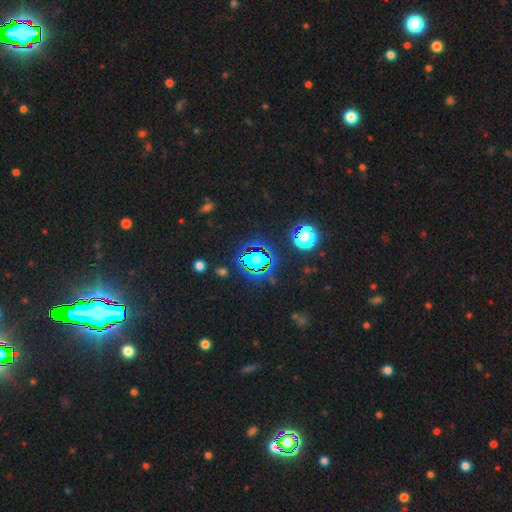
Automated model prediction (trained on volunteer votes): star or artifact 82%, smooth 11%, featured or disk 7%.